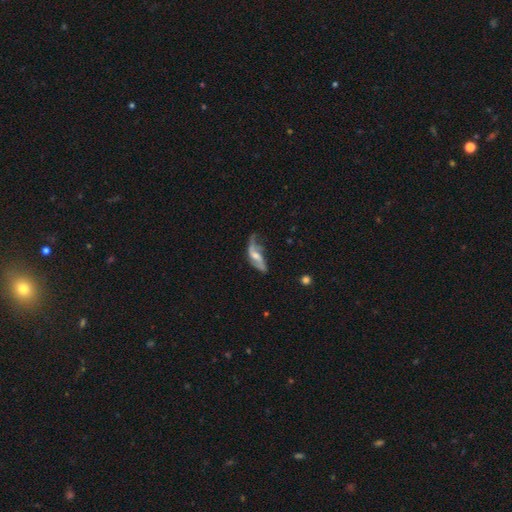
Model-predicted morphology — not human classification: Q: Smooth or featured?
A: featured or disk (69%); runner-up: smooth (24%)
Q: Edge-on disk?
A: no (84%); runner-up: yes (16%)
Q: Bar?
A: weak (42%); runner-up: no (40%)
Q: Spiral arms?
A: yes (83%); runner-up: no (17%)
Q: Bulge size?
A: moderate (50%); runner-up: small (31%)
Q: Merging?
A: none (40%); runner-up: minor disturbance (28%)